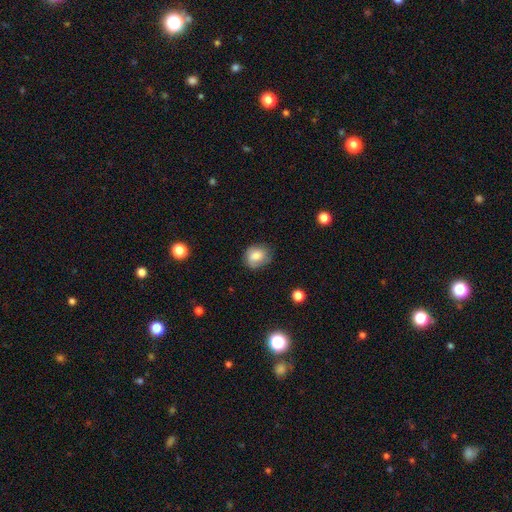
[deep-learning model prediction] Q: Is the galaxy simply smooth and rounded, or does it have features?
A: smooth — 69%.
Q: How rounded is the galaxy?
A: round — 57%.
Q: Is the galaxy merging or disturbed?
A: none — 68%.